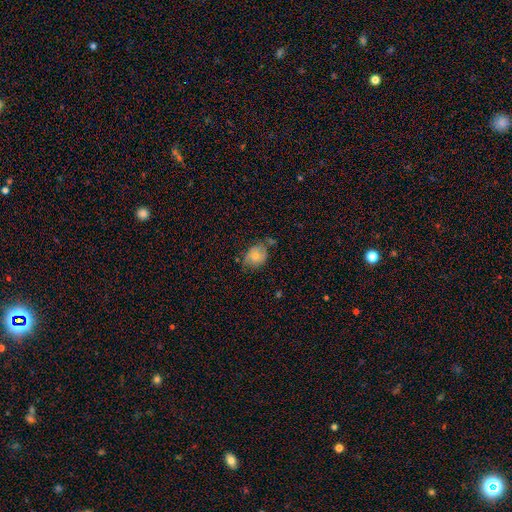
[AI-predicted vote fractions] smooth_or_featured: smooth (p=0.65) [alt: featured or disk p=0.26]
how_rounded: in between (p=0.61) [alt: round p=0.37]
merging: none (p=0.50) [alt: minor disturbance p=0.33]